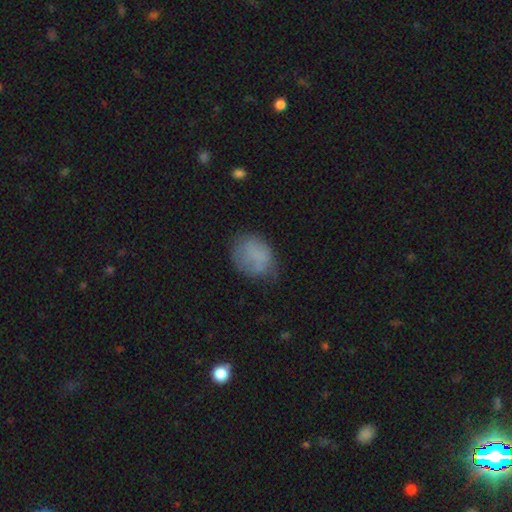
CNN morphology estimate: Overall: smooth (74%). How rounded: in between (64%; round 35%). Merging: none (53%; minor disturbance 31%).